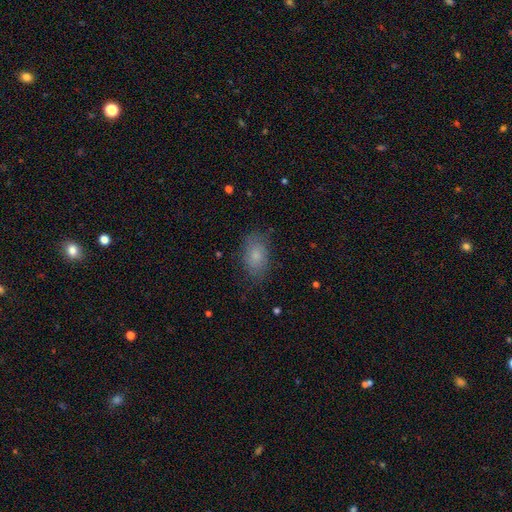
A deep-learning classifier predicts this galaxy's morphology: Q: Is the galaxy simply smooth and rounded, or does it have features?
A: smooth — 71%.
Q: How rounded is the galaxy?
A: in between — 89%.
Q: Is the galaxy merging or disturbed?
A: none — 74%.